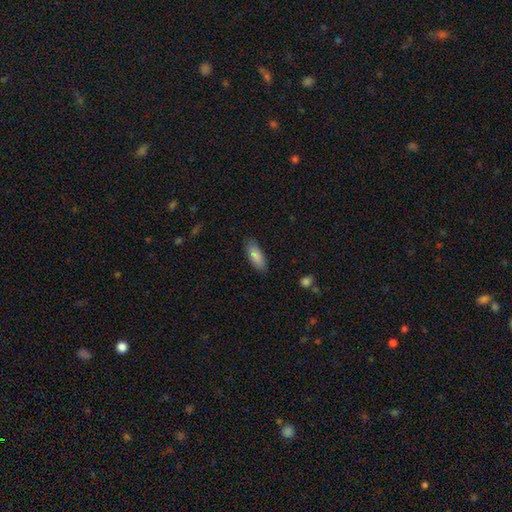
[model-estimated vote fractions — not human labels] Overall: smooth (87%). How rounded: in between (76%). Merging: none (84%).